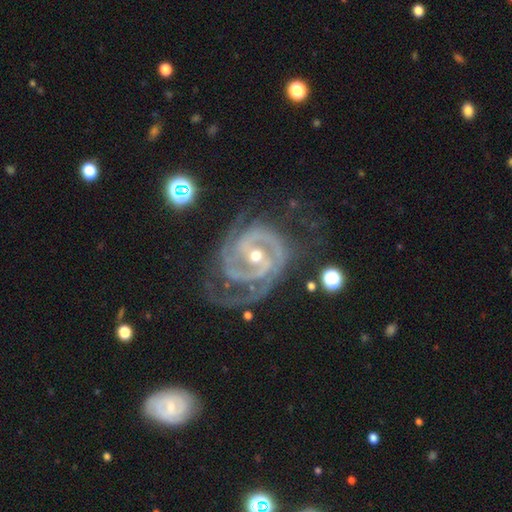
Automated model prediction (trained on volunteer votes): Smooth or featured: featured or disk — 93% (star or artifact — 4%)
Edge-on disk: no — 98% (yes — 2%)
Bar: no — 39% (weak — 37%)
Spiral arms: yes — 98% (no — 2%)
Spiral winding: tight — 60% (medium — 35%)
Spiral arm count: 2 — 55% (3 — 24%)
Bulge size: moderate — 57% (small — 39%)
Merging: none — 61% (minor disturbance — 22%)